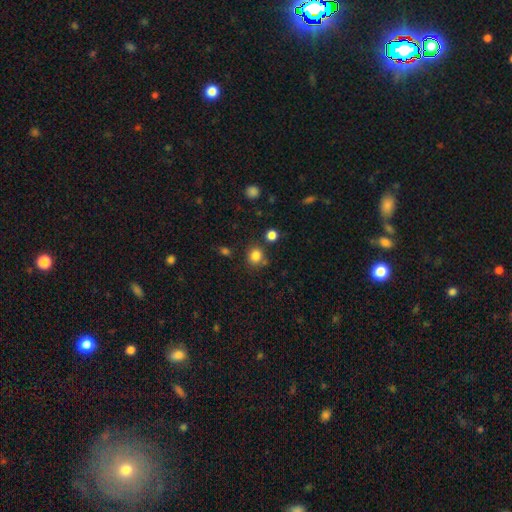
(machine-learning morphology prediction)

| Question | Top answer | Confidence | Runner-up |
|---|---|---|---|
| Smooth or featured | smooth | 83% | star or artifact (12%) |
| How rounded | round | 85% | in between (14%) |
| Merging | none | 78% | minor disturbance (11%) |